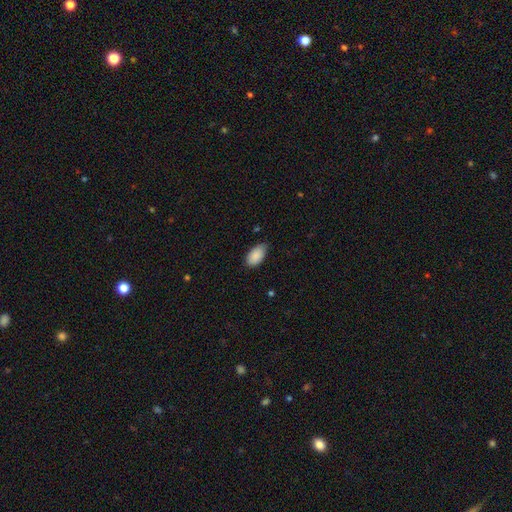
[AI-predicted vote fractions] Overall: smooth (89%). How rounded: in between (95%). Merging: none (71%).